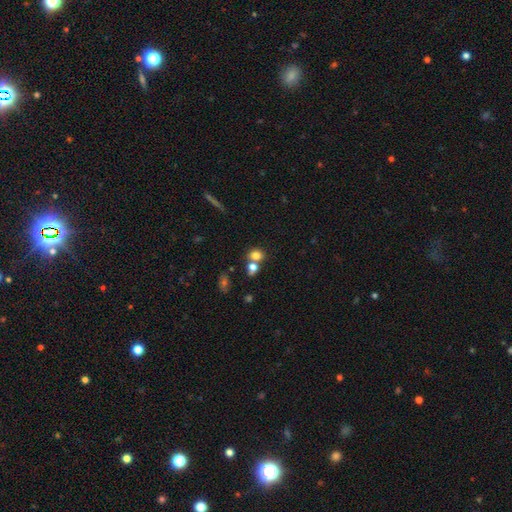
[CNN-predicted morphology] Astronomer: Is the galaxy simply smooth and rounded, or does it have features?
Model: smooth — 77%.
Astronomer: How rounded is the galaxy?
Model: round — 56% (runner-up: in between, 43%).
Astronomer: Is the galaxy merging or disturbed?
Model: none — 46% (runner-up: merger, 41%).